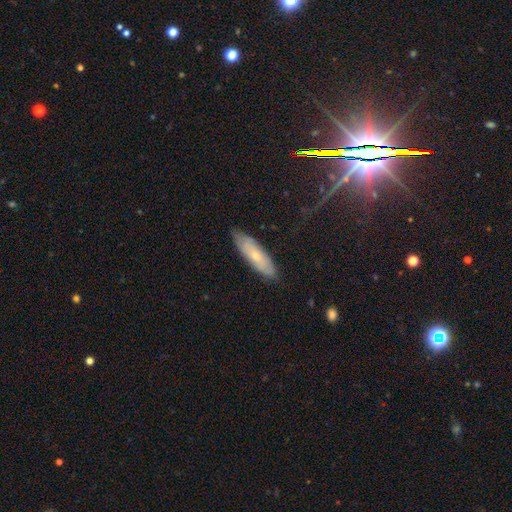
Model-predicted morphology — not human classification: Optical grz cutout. It shows a smooth galaxy with no disk features (49%). Merging: none (82%).